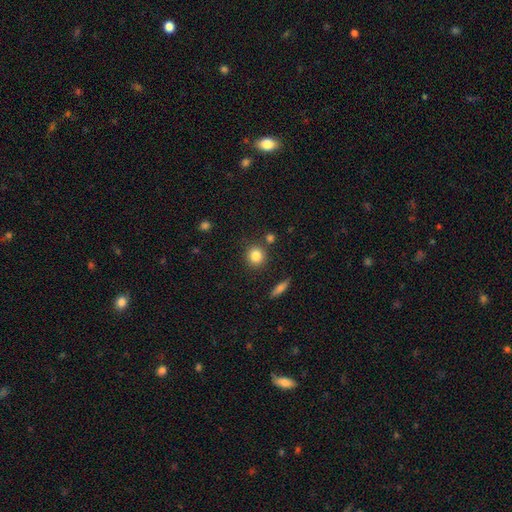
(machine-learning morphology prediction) This is clearly a smooth galaxy (84%). How rounded: clearly round (88%). Merging: clearly none (83%).